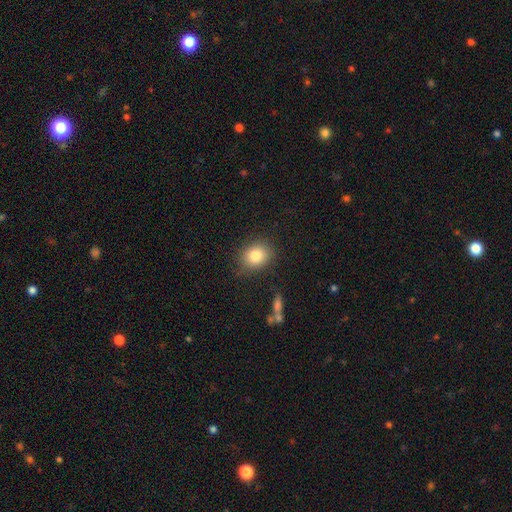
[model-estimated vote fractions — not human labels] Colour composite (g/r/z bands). It shows a smooth galaxy with no disk features (81%) that is round (56%). Merging: none (81%).